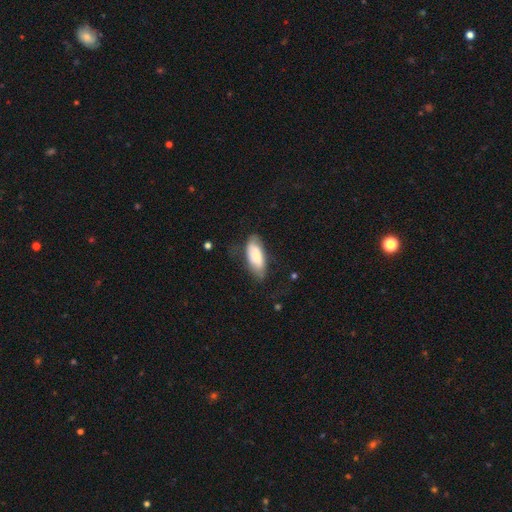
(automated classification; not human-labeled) smooth_or_featured: smooth (p=0.73) [alt: featured or disk p=0.20]
how_rounded: in between (p=0.81) [alt: cigar-shaped p=0.18]
merging: none (p=0.60) [alt: minor disturbance p=0.27]